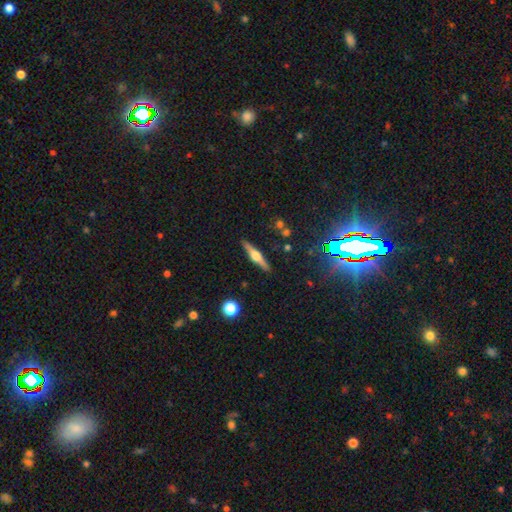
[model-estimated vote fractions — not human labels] Q: Smooth or featured?
A: featured or disk (70%); runner-up: smooth (23%)
Q: Edge-on disk?
A: yes (97%); runner-up: no (3%)
Q: Edge-on bulge?
A: rounded (92%); runner-up: boxy (5%)
Q: Merging?
A: none (90%); runner-up: minor disturbance (7%)